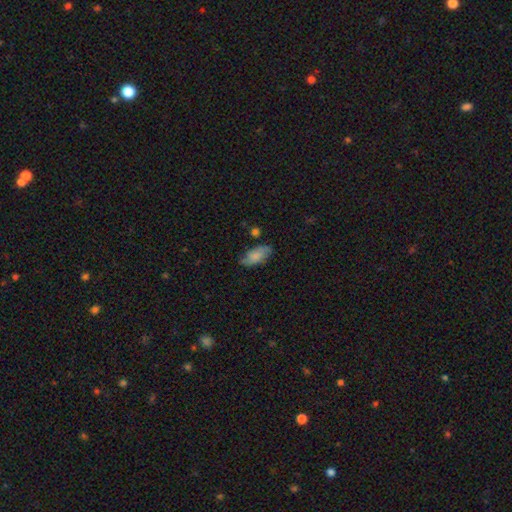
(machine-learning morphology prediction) Smooth or featured: smooth — 76% (featured or disk — 17%)
How rounded: in between — 89% (cigar-shaped — 8%)
Merging: none — 68% (minor disturbance — 24%)